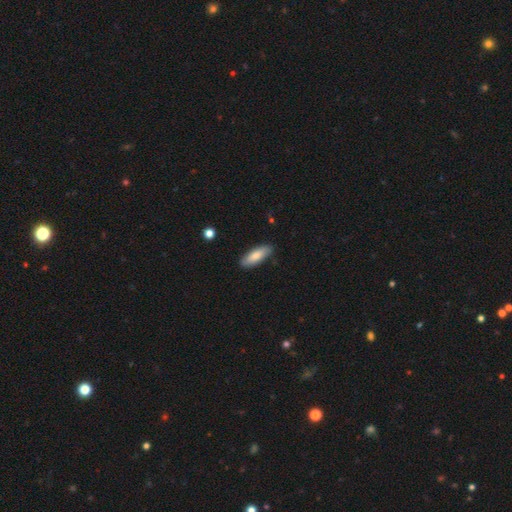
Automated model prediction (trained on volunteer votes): Smooth or featured?
  - smooth: 81% *
  - featured or disk: 13%
  - star or artifact: 6%
How rounded?
  - in between: 65% *
  - cigar-shaped: 34%
  - round: 2%
Merging?
  - none: 86% *
  - minor disturbance: 10%
  - major disturbance: 2%
  - merger: 1%